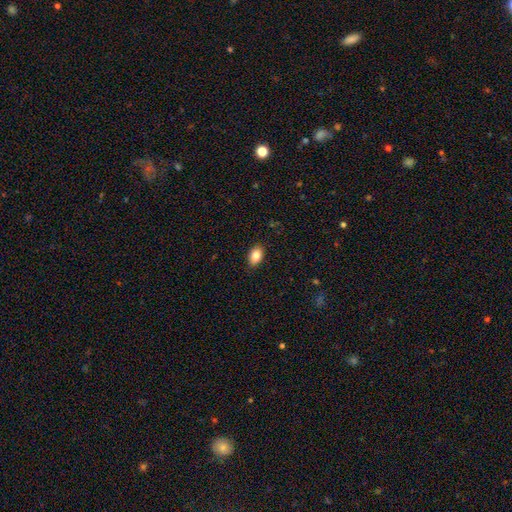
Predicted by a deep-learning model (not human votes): This appears to be a smooth galaxy with no disk features (85%) that is in between round and cigar-shaped (88%). Merging: none (88%).